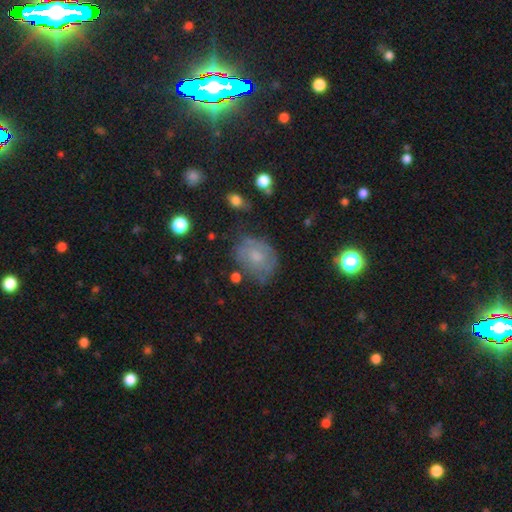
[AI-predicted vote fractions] The model was most divided on "how rounded": in between: 54%, round: 45%, cigar-shaped: 1%. More confident: merging — none (58%); smooth or featured — smooth (52%).